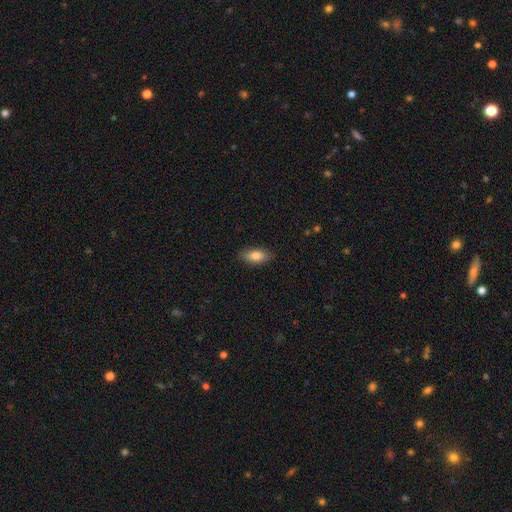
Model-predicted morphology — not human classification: This appears to be a smooth galaxy with no disk features (81%) that is in between round and cigar-shaped (85%). Merging: none (86%).